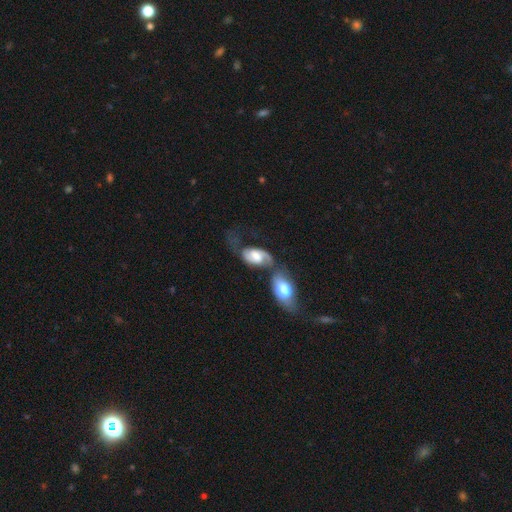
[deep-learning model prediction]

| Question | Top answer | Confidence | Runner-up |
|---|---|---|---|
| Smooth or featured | featured or disk | 67% | smooth (27%) |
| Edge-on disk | no | 95% | yes (5%) |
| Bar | no | 44% | weak (41%) |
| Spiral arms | yes | 88% | no (12%) |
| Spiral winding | loose | 47% | medium (37%) |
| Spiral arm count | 2 | 82% | can't tell (8%) |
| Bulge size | moderate | 46% | large (28%) |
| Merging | merger | 47% | none (21%) |